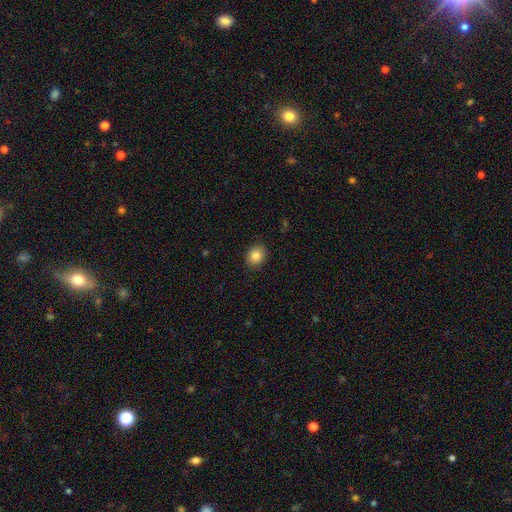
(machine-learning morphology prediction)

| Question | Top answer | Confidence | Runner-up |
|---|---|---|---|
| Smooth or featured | smooth | 84% | star or artifact (9%) |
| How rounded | round | 59% | in between (40%) |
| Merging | none | 88% | minor disturbance (9%) |